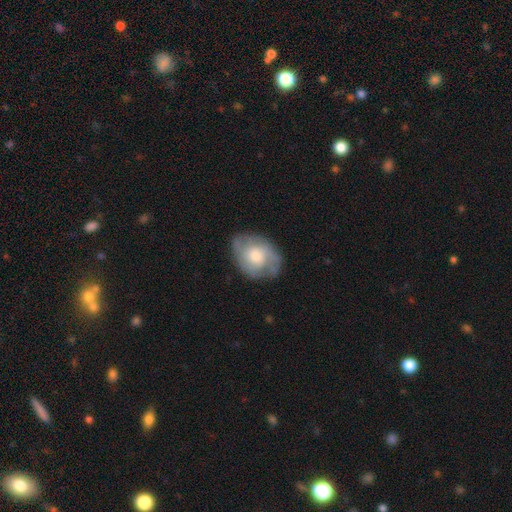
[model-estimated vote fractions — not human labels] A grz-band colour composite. It shows a featured or disk galaxy (58%) with no bar (75%), spiral arms (80%) and a moderate central bulge (57%). Merging: none (73%).